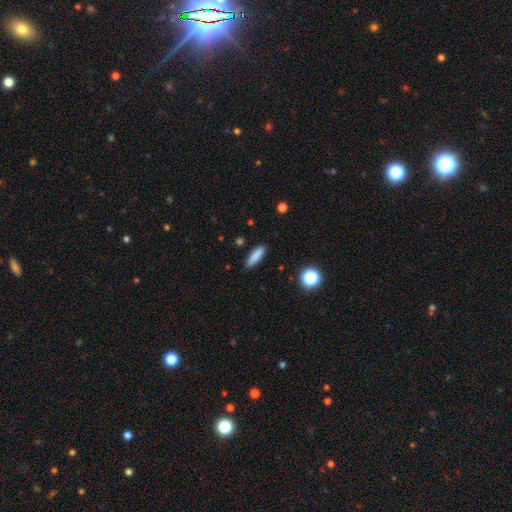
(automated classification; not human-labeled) Smooth or featured: smooth — 84% (star or artifact — 8%)
How rounded: cigar-shaped — 68% (in between — 30%)
Merging: none — 87% (minor disturbance — 9%)